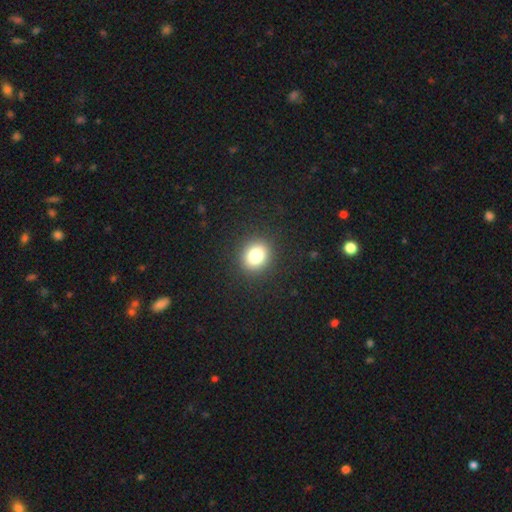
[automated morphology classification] Smooth or featured? smooth (81%)
How rounded? round (74%)
Merging? none (90%)